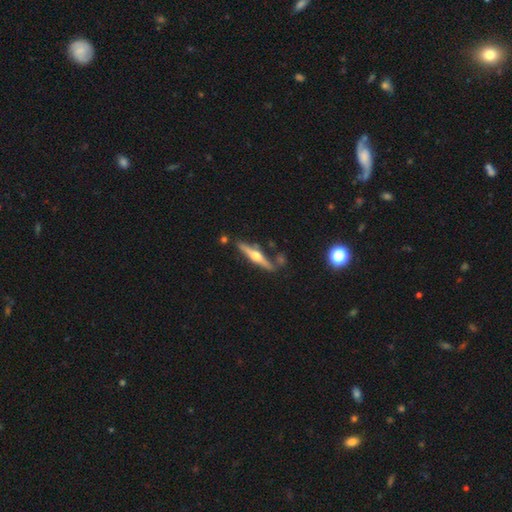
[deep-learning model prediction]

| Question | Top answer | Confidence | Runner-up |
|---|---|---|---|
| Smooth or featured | featured or disk | 73% | smooth (22%) |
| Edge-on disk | yes | 97% | no (3%) |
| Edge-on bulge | rounded | 95% | boxy (3%) |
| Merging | none | 81% | minor disturbance (10%) |